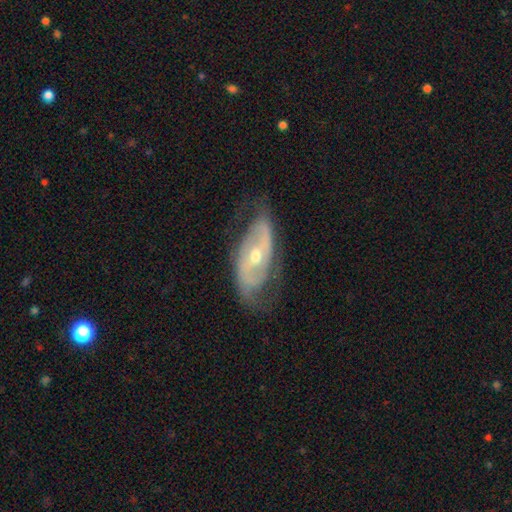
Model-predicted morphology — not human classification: Smooth or featured? Predicted: featured or disk (p=0.78). Edge-on disk? Predicted: no (p=0.91). Bar? Predicted: no (p=0.45). Spiral arms? Predicted: yes (p=0.79). Spiral winding? Predicted: medium (p=0.40). Spiral arm count? Predicted: 2 (p=0.75). Bulge size? Predicted: moderate (p=0.60). Merging? Predicted: none (p=0.65).